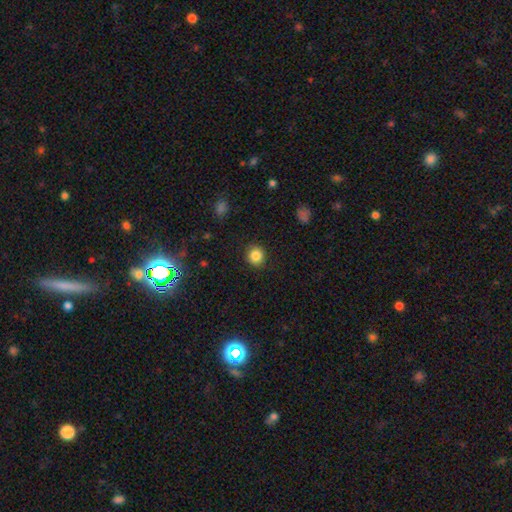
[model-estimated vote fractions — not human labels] Smooth or featured? smooth (84%)
How rounded? round (90%)
Merging? none (90%)